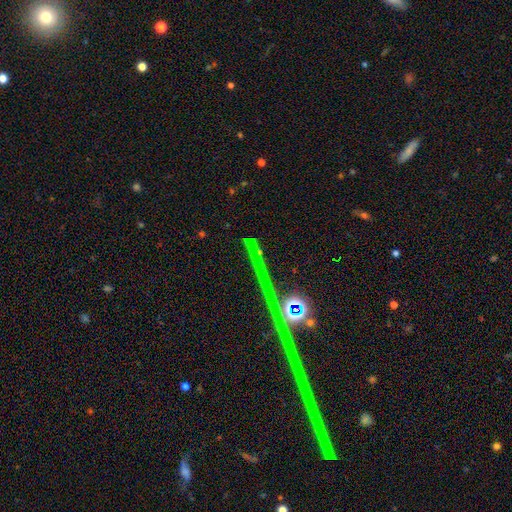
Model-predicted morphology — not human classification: Smooth or featured: star or artifact — 72% (featured or disk — 16%)